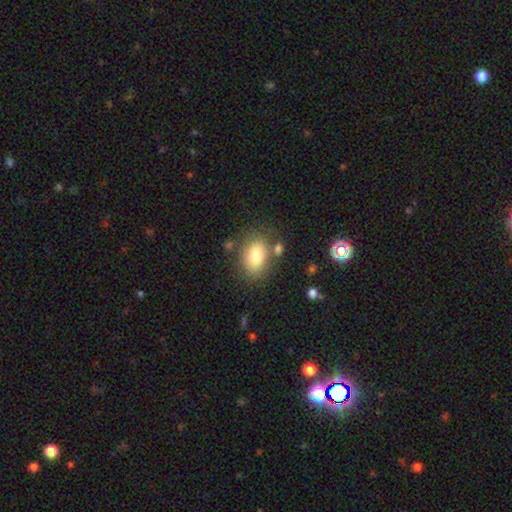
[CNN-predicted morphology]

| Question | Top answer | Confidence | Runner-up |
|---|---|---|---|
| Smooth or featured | smooth | 81% | featured or disk (10%) |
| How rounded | in between | 81% | round (18%) |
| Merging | none | 73% | minor disturbance (14%) |